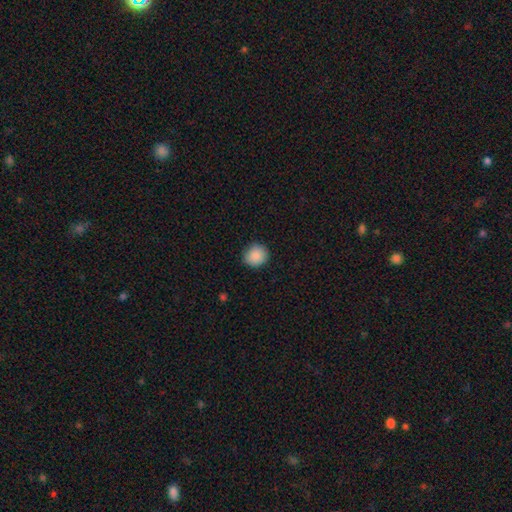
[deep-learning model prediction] A smooth galaxy with no disk features (90%) that is round (82%).

Vote fractions:
- Smooth or featured? smooth: 90% / star or artifact: 8% / featured or disk: 3%
- How rounded? round: 82% / in between: 17% / cigar-shaped: 1%
- Merging? none: 88% / minor disturbance: 9% / major disturbance: 2% / merger: 1%